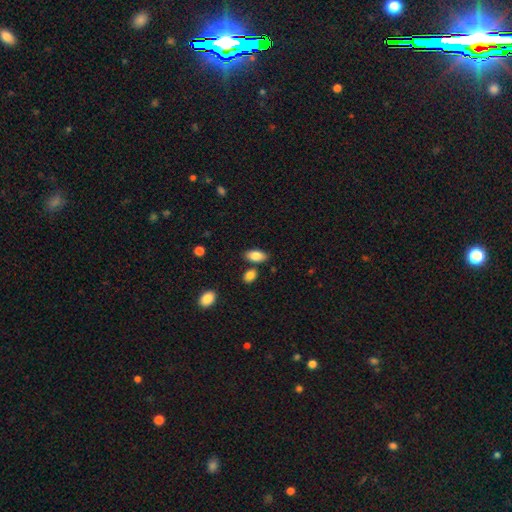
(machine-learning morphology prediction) smooth-or-featured: smooth: 85% | featured or disk: 8% | star or artifact: 7%
  how-rounded: in between: 92% | round: 4% | cigar-shaped: 4%
  merging: none: 78% | minor disturbance: 11% | merger: 8% | major disturbance: 3%